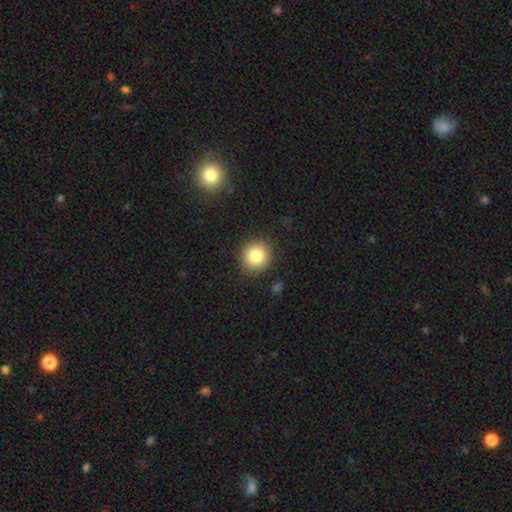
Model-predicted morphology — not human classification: Smooth or featured?
  - smooth: 83% *
  - star or artifact: 10%
  - featured or disk: 7%
How rounded?
  - round: 89% *
  - in between: 10%
  - cigar-shaped: 1%
Merging?
  - none: 90% *
  - minor disturbance: 7%
  - major disturbance: 2%
  - merger: 1%